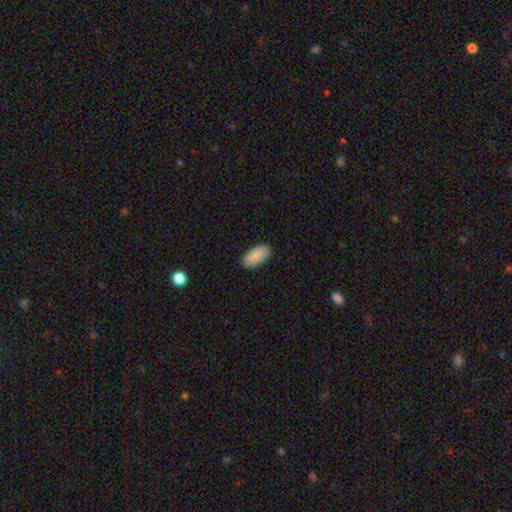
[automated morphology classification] This is clearly a smooth galaxy (88%). How rounded: clearly in between (95%). Merging: clearly none (89%).